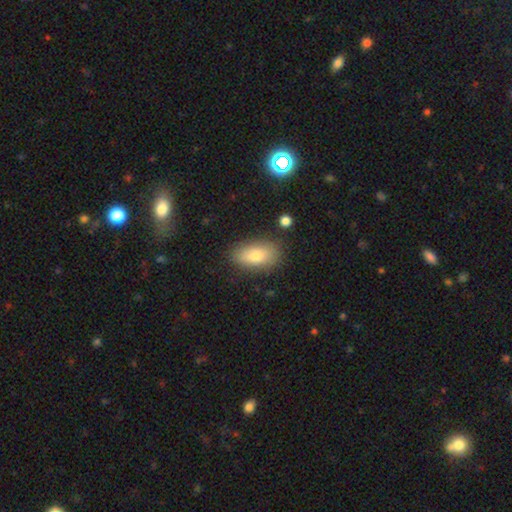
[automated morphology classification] type=smooth (77%); roundness=in between (89%); merging=none (82%).